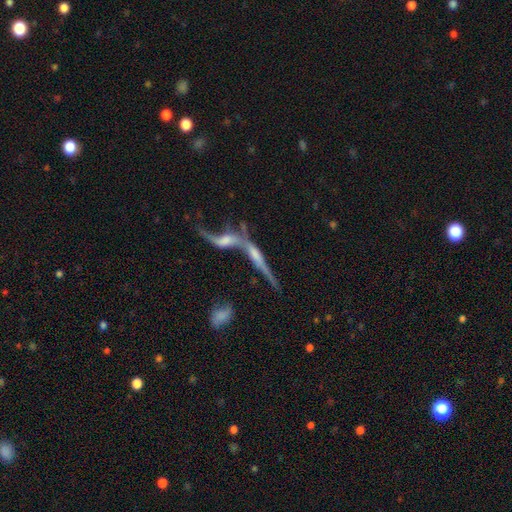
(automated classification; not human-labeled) The model was most divided on "edge-on disk": yes: 66%, no: 34%. More confident: smooth or featured — featured or disk (67%); merging — merger (65%).